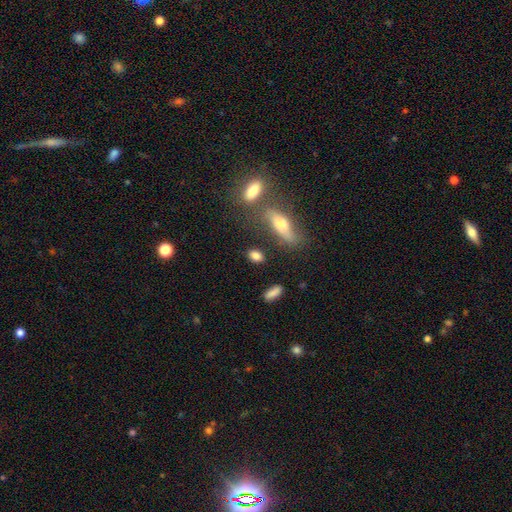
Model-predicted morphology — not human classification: smooth 81%, featured or disk 10%, star or artifact 9%. Down the decision tree: how rounded — in between (75%); merging — none (71%).